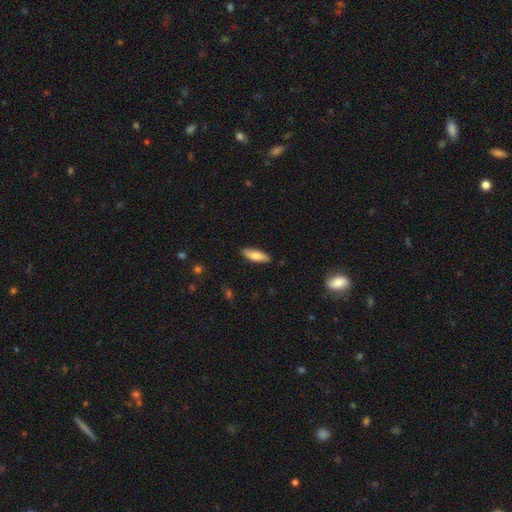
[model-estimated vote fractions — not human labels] smooth 77%, featured or disk 17%, star or artifact 6%. Down the decision tree: how rounded — in between (60%); merging — none (86%).